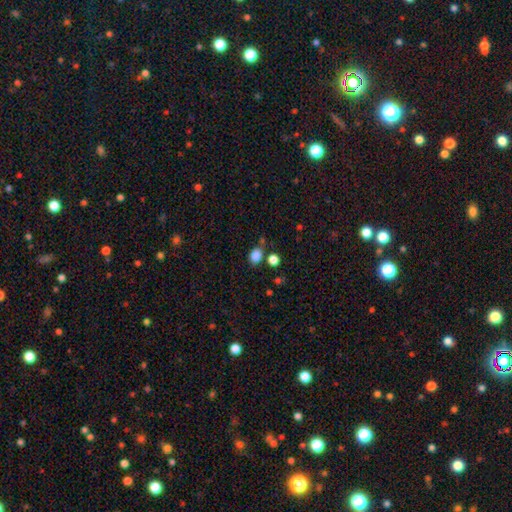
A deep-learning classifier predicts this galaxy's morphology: type=smooth (85%); roundness=in between (54%); merging=none (71%).